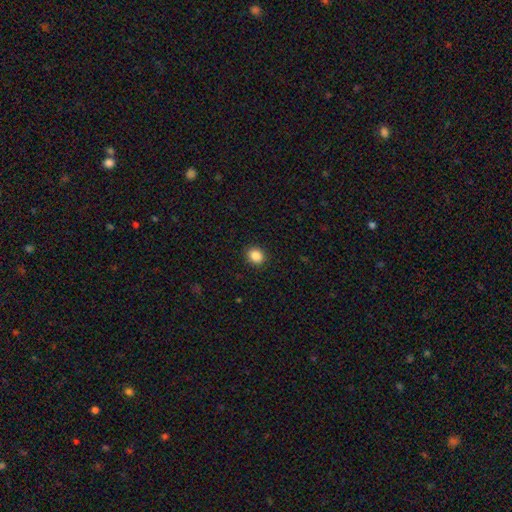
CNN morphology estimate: Smooth or featured? smooth (87%)
How rounded? round (66%)
Merging? none (91%)